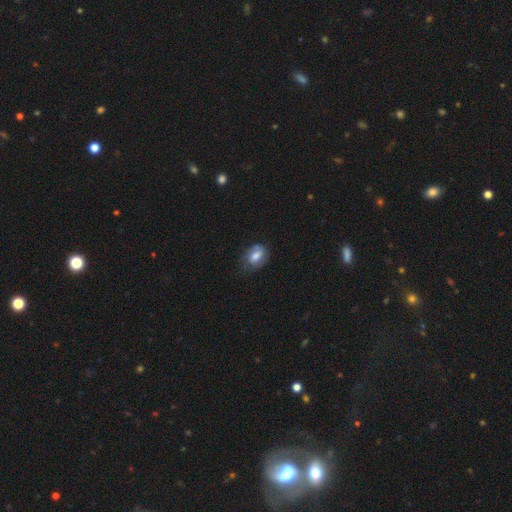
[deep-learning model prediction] Smooth or featured? smooth (64%)
How rounded? in between (73%)
Merging? none (57%)